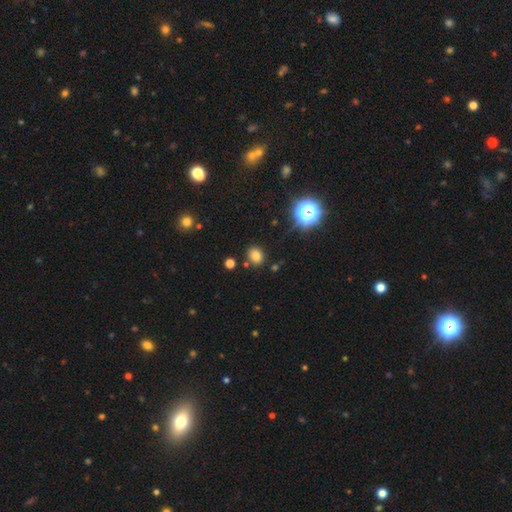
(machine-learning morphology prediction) Smooth or featured? Predicted: smooth (p=0.77). How rounded? Predicted: round (p=0.56). Merging? Predicted: none (p=0.84).